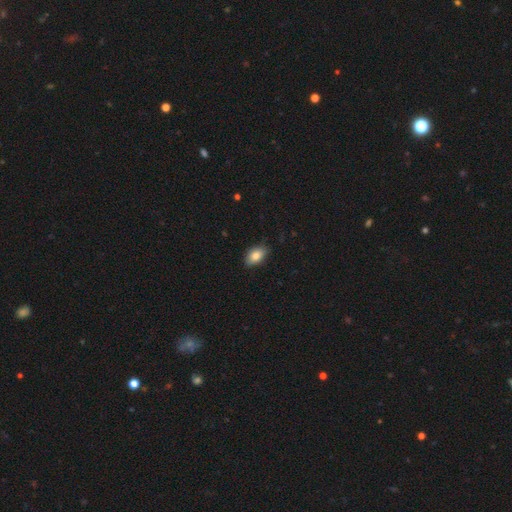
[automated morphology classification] The model was most divided on "merging": none: 83%, minor disturbance: 14%, major disturbance: 2%, merger: 1%. More confident: how rounded — in between (90%); smooth or featured — smooth (83%).